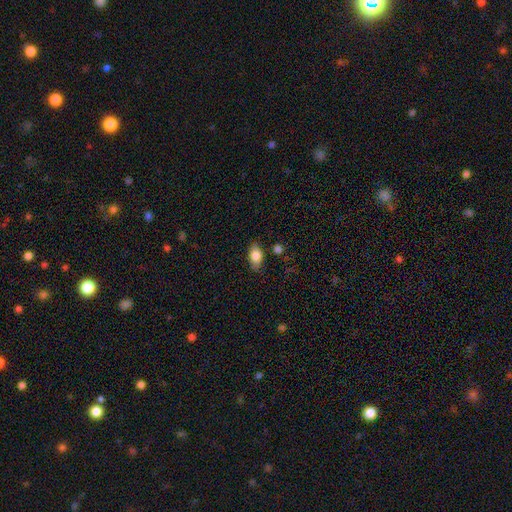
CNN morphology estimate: smooth 78%, featured or disk 14%, star or artifact 8%. Down the decision tree: how rounded — in between (87%); merging — none (82%).